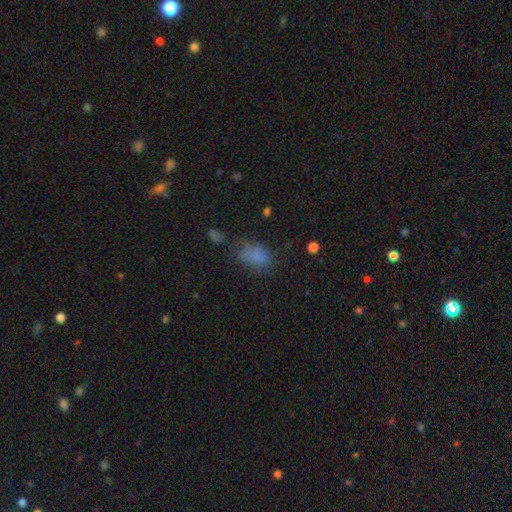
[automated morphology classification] smooth-or-featured: smooth: 74% | star or artifact: 16% | featured or disk: 10%
  how-rounded: in between: 85% | round: 12% | cigar-shaped: 3%
  merging: none: 51% | minor disturbance: 26% | major disturbance: 16% | merger: 7%